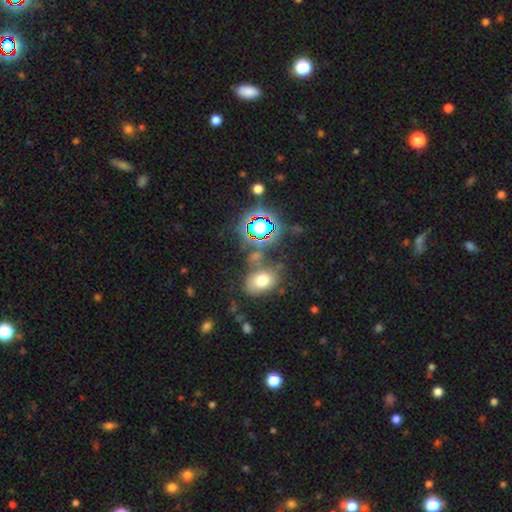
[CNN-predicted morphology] Smooth or featured? Predicted: smooth (p=0.51). How rounded? Predicted: in between (p=0.67). Merging? Predicted: none (p=0.67).